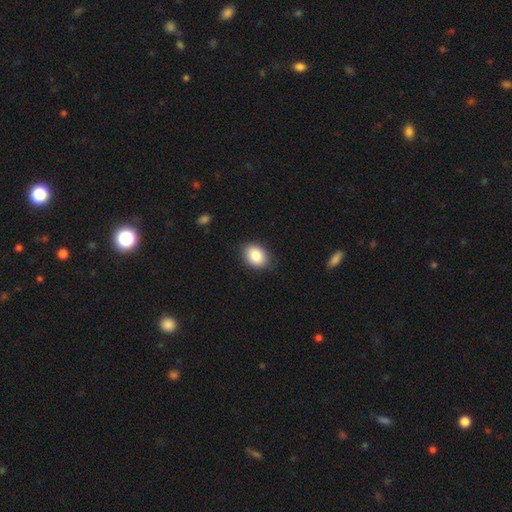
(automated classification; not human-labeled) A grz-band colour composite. It shows a smooth galaxy with no disk features (86%) that is in between round and cigar-shaped (71%). Merging: none (86%).